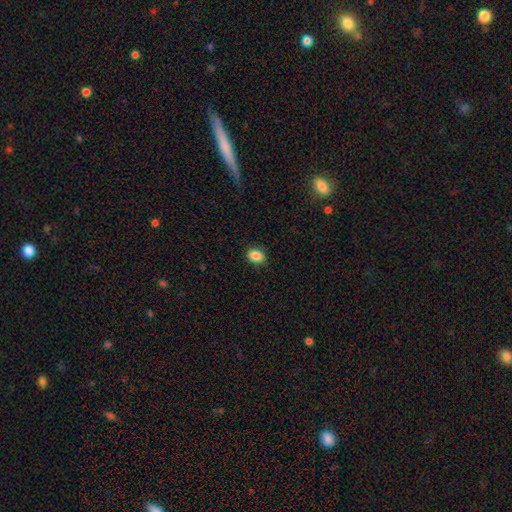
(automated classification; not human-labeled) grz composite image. It shows a smooth galaxy with no disk features (87%) that is in between round and cigar-shaped (68%). Merging: none (87%).